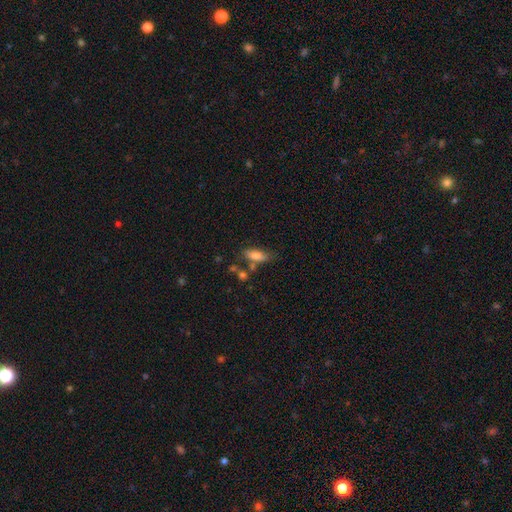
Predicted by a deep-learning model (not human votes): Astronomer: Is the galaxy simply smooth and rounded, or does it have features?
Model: smooth — 76%.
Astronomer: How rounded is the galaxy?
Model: in between — 72%.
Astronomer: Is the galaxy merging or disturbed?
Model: none — 59%.